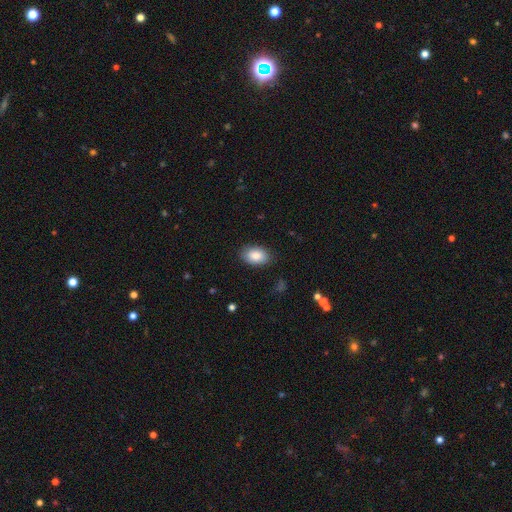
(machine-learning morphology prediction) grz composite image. It shows a smooth galaxy with no disk features (86%) that is in between round and cigar-shaped (90%). Merging: none (85%).